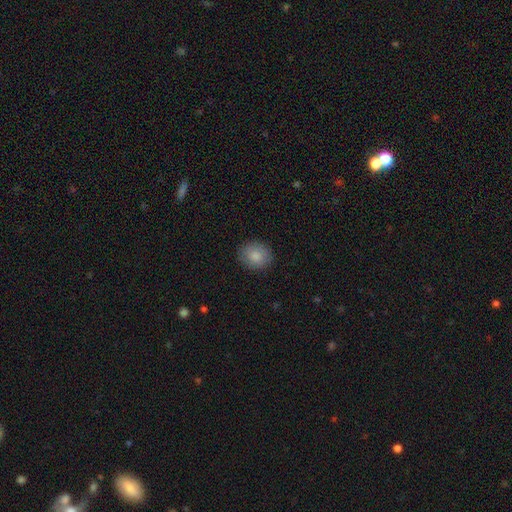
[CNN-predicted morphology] This appears to be a smooth galaxy with no disk features (86%) that is round (64%). Merging: none (88%).